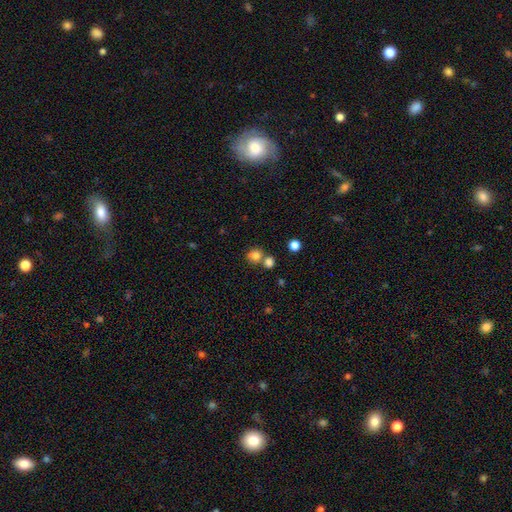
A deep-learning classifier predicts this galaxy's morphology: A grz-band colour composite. It shows a smooth galaxy with no disk features (79%) that is round (85%). Merging: none (58%).